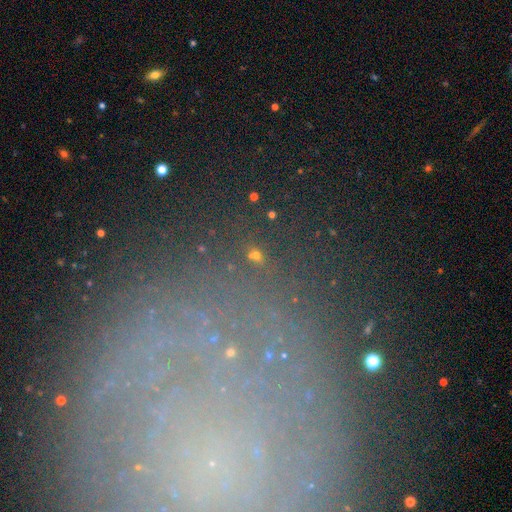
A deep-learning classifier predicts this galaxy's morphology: Smooth or featured?
  - star or artifact: 55% *
  - featured or disk: 27%
  - smooth: 18%